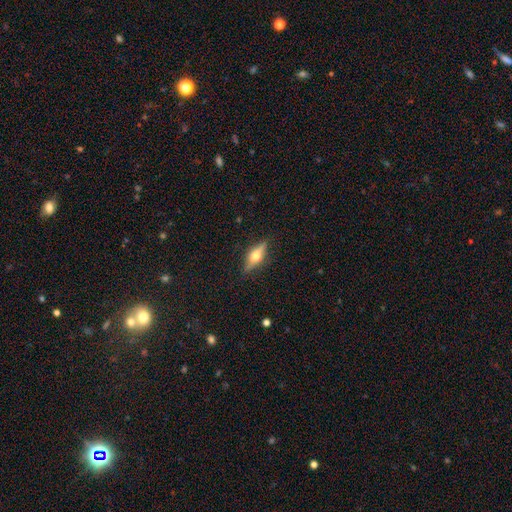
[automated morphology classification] Smooth or featured? Predicted: featured or disk (p=0.59). Edge-on disk? Predicted: yes (p=0.93). Edge-on bulge? Predicted: rounded (p=0.95). Merging? Predicted: none (p=0.85).